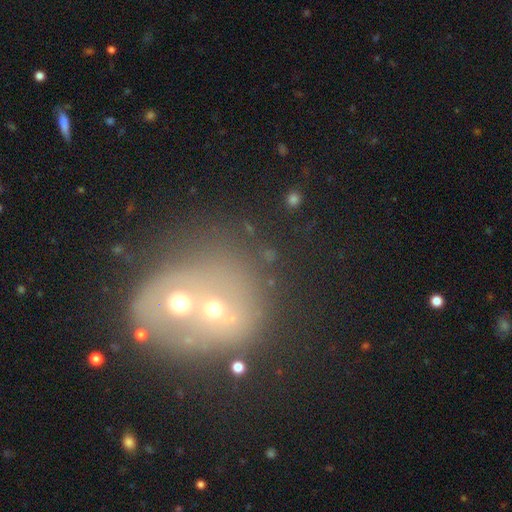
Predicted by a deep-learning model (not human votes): smooth-or-featured: smooth: 40% | featured or disk: 36% | star or artifact: 24%
  merging: merger: 67% | none: 21% | minor disturbance: 7% | major disturbance: 6%